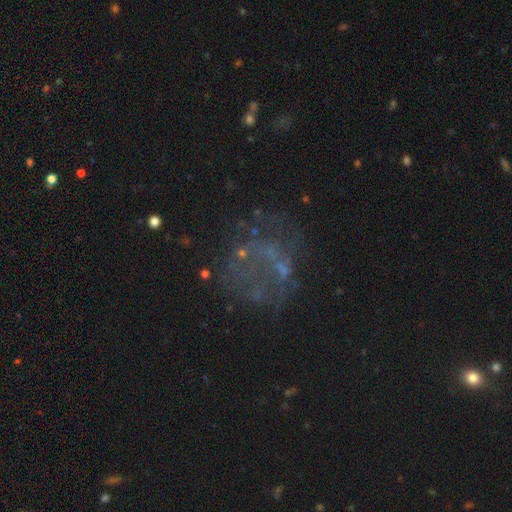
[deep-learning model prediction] Morphology: type=featured or disk (45%); merging=none (55%).